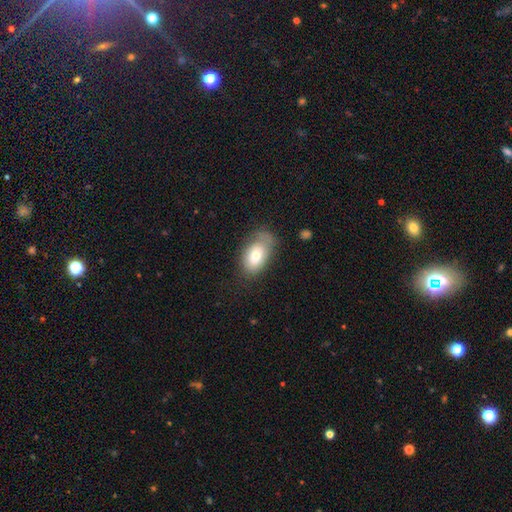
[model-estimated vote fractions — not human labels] The model was most divided on "merging": none: 56%, minor disturbance: 28%, major disturbance: 13%, merger: 3%. More confident: how rounded — in between (91%); smooth or featured — smooth (72%).